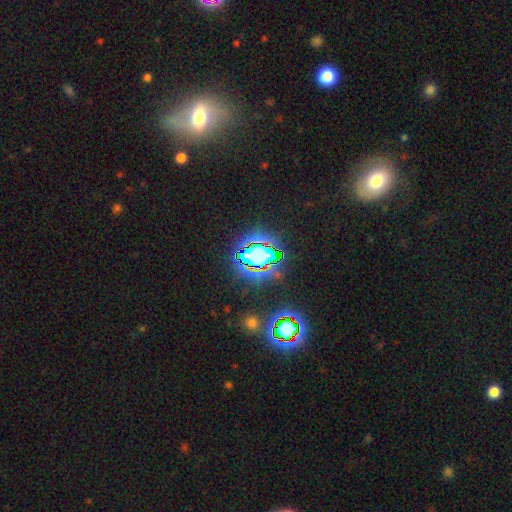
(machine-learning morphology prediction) This appears to be a star or artifact, not a galaxy (70%).